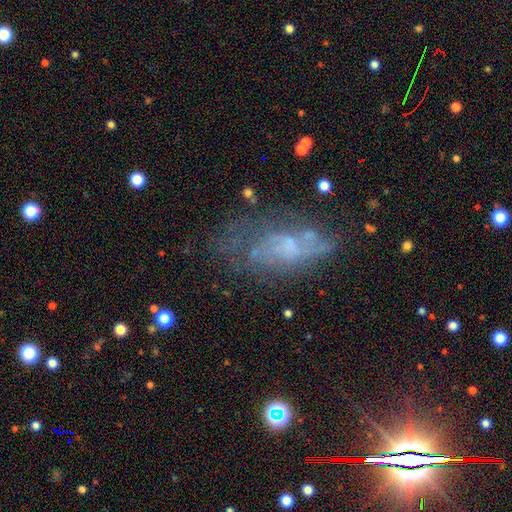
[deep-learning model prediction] Smooth or featured? featured or disk (56%)
Edge-on disk? no (90%)
Bar? no (75%)
Spiral arms? no (53%)
Bulge size? none (46%)
Merging? none (45%)